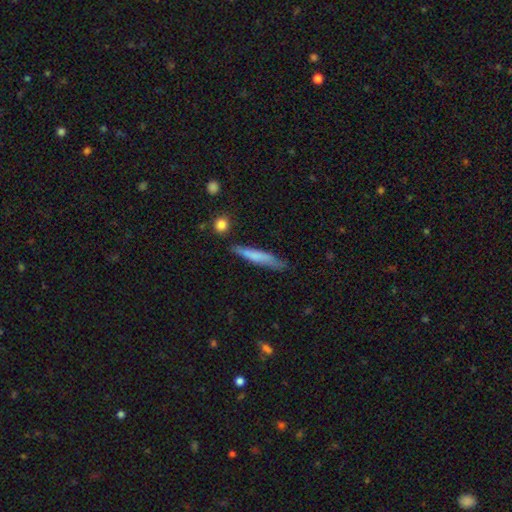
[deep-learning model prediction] Q: Smooth or featured?
A: smooth (67%); runner-up: featured or disk (27%)
Q: How rounded?
A: cigar-shaped (91%); runner-up: in between (7%)
Q: Merging?
A: none (71%); runner-up: minor disturbance (21%)